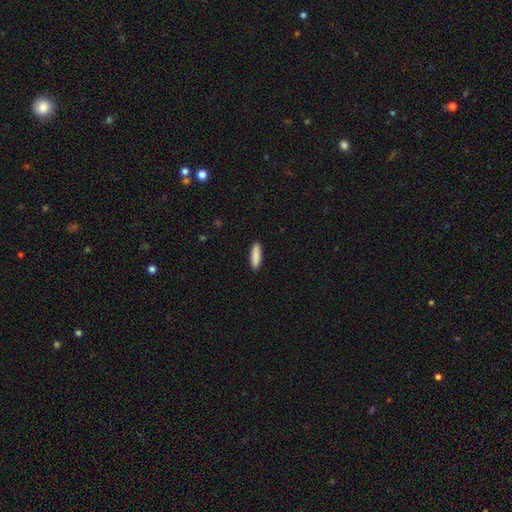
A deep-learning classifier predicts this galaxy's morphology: Overall: smooth (89%). How rounded: cigar-shaped (66%; in between 33%). Merging: none (91%).